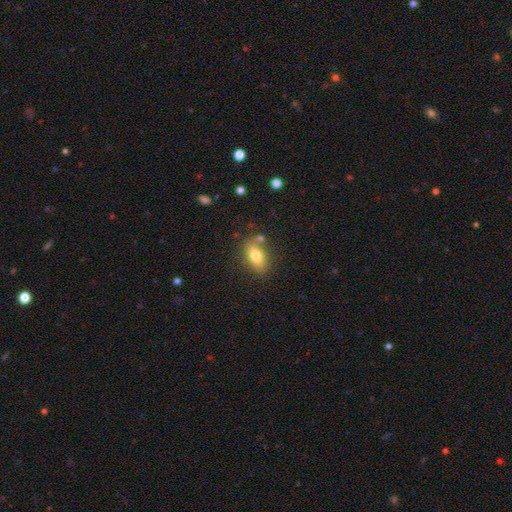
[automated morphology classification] Smooth or featured? smooth (74%)
How rounded? in between (83%)
Merging? none (76%)